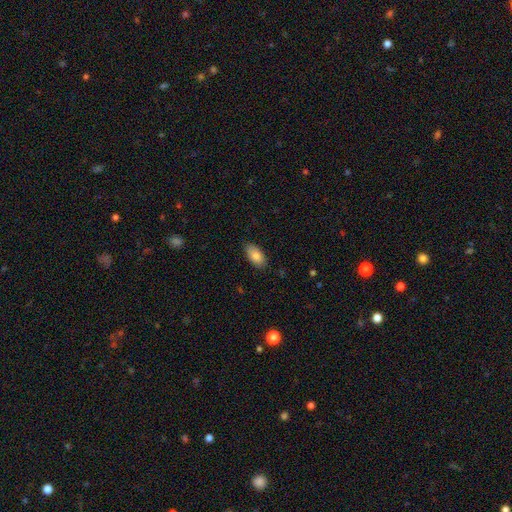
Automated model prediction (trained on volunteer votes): smooth 84%, featured or disk 10%, star or artifact 7%. Down the decision tree: how rounded — in between (93%); merging — none (83%).